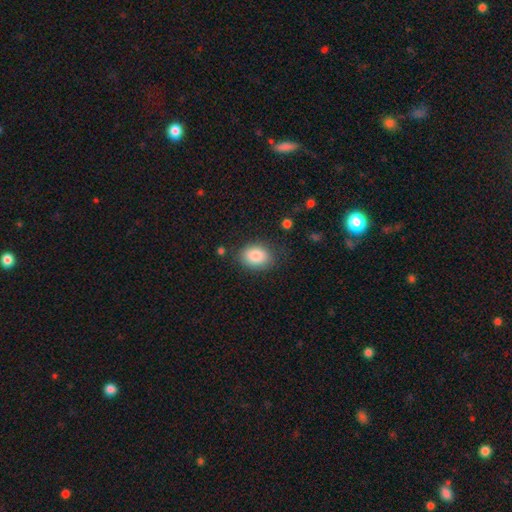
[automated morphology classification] Smooth or featured? Predicted: smooth (p=0.85). How rounded? Predicted: in between (p=0.71). Merging? Predicted: none (p=0.79).